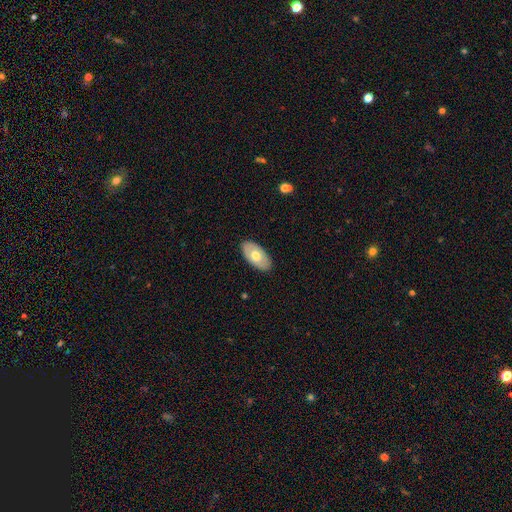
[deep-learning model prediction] This appears to be a smooth galaxy with no disk features (61%) that is in between round and cigar-shaped (95%). Merging: none (87%).